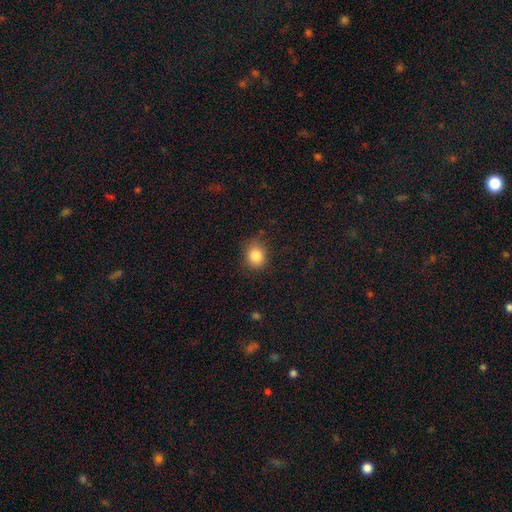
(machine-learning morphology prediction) A smooth galaxy with no disk features (84%) that is round (68%).

Vote fractions:
- Smooth or featured? smooth: 84% / star or artifact: 10% / featured or disk: 6%
- How rounded? round: 68% / in between: 31% / cigar-shaped: 1%
- Merging? none: 81% / minor disturbance: 14% / major disturbance: 4% / merger: 1%